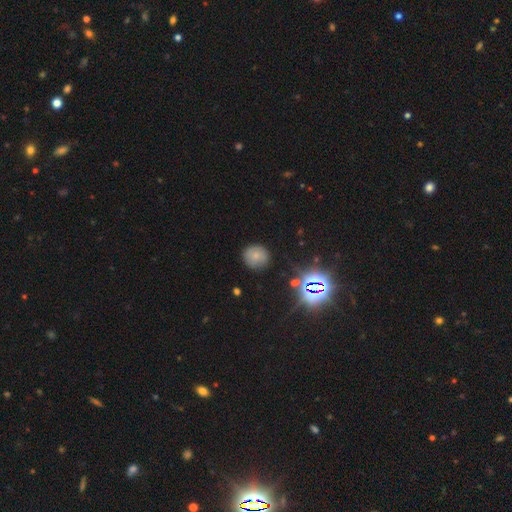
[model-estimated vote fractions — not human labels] Q: Smooth or featured?
A: smooth (71%); runner-up: star or artifact (17%)
Q: How rounded?
A: round (89%); runner-up: in between (10%)
Q: Merging?
A: none (84%); runner-up: minor disturbance (12%)